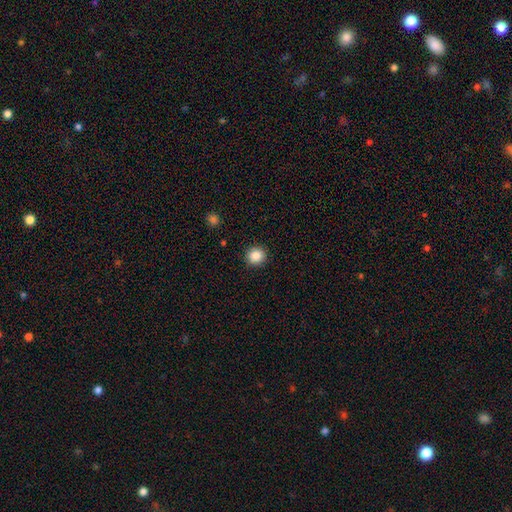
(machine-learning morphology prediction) Overall: smooth (86%). How rounded: round (90%). Merging: none (91%).